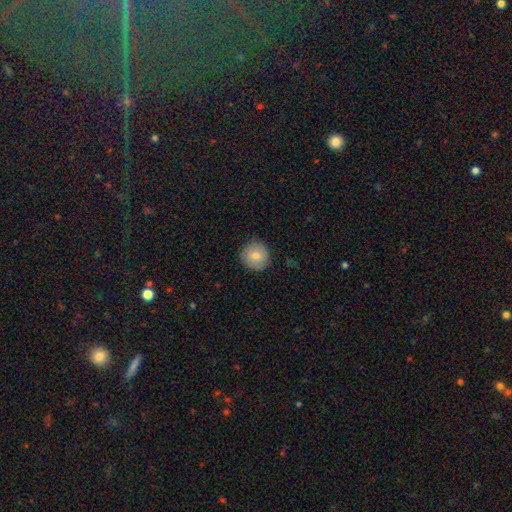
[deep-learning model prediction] Morphology: type=smooth (80%); roundness=round (91%); merging=none (87%).